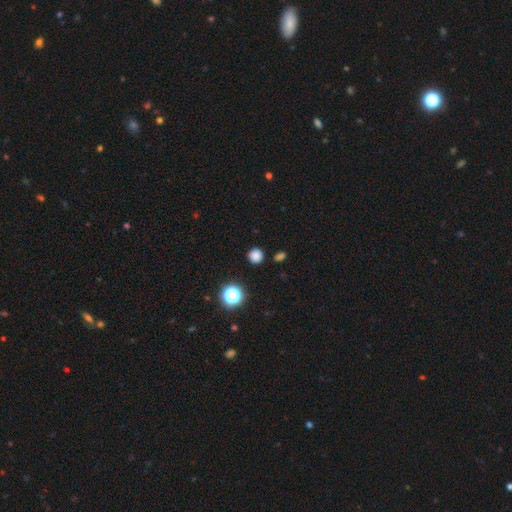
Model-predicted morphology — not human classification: A smooth galaxy with no disk features (81%) that is round (93%).

Vote fractions:
- Smooth or featured? smooth: 81% / star or artifact: 15% / featured or disk: 4%
- How rounded? round: 93% / in between: 6% / cigar-shaped: 1%
- Merging? none: 89% / minor disturbance: 6% / merger: 2% / major disturbance: 2%